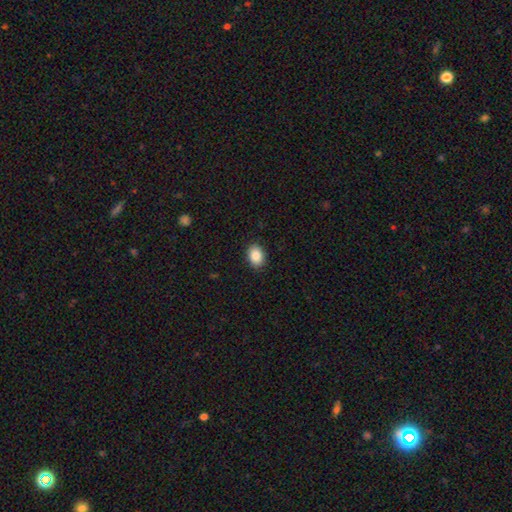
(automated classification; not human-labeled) This appears to be a smooth galaxy with no disk features (87%) that is in between round and cigar-shaped (76%). Merging: none (90%).